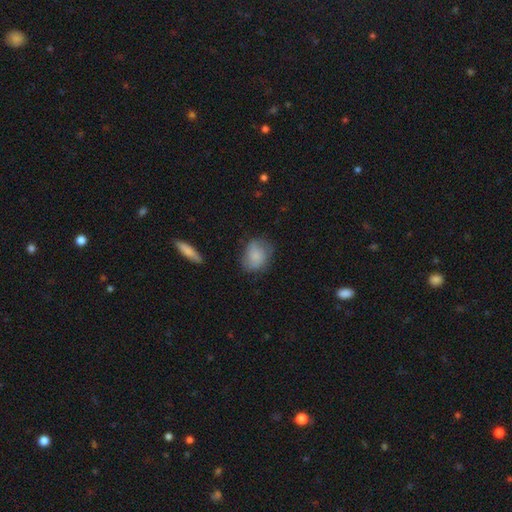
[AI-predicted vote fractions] smooth 74%, featured or disk 18%, star or artifact 8%. Down the decision tree: how rounded — in between (56%); merging — none (60%).